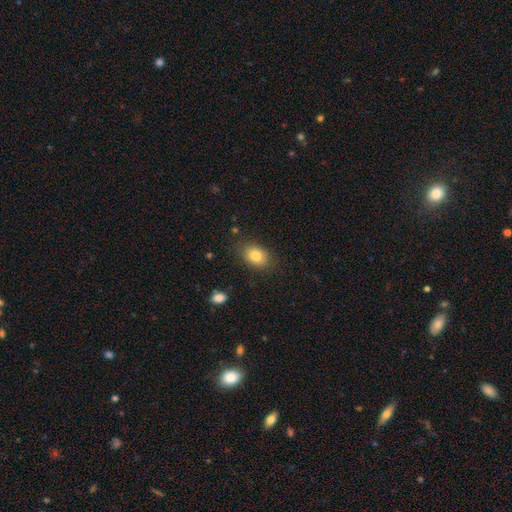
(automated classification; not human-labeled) A smooth galaxy with no disk features (81%) that is in between round and cigar-shaped (72%). Merging: none (82%).